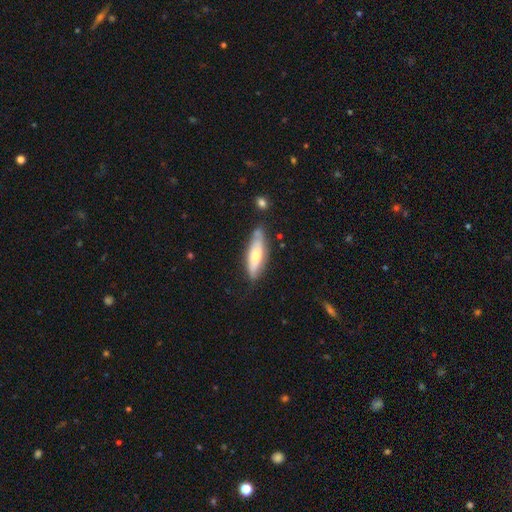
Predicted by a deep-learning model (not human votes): Morphology: type=smooth (48%); merging=none (71%).